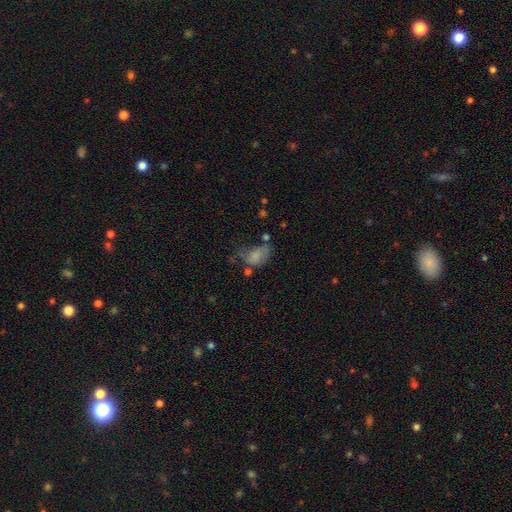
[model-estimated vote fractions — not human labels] Smooth or featured?
  - smooth: 72% *
  - featured or disk: 17%
  - star or artifact: 11%
How rounded?
  - in between: 86% *
  - round: 12%
  - cigar-shaped: 2%
Merging?
  - minor disturbance: 31% * (tied)
  - none: 31% * (tied)
  - major disturbance: 27%
  - merger: 12%